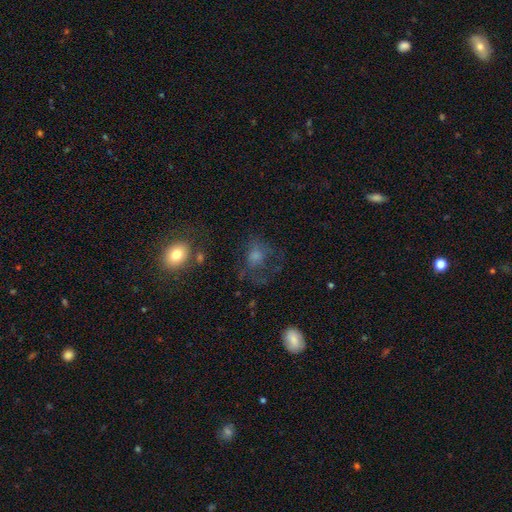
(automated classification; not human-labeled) Morphology: type=smooth (44%); merging=none (50%).